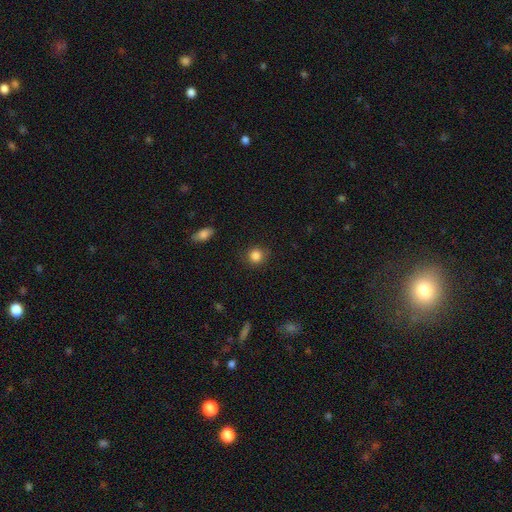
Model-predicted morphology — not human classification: Overall: smooth (85%). How rounded: round (90%). Merging: none (87%).